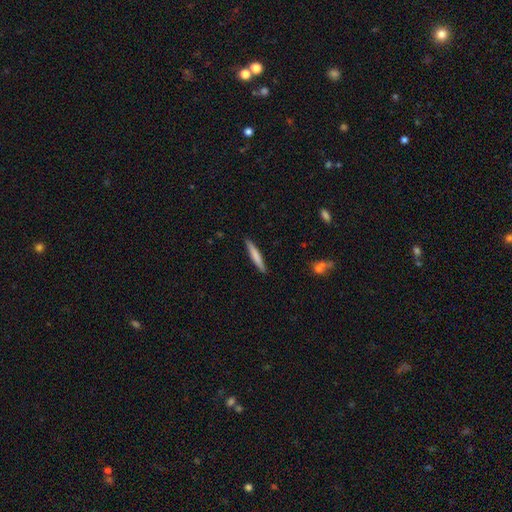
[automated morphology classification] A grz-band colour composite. It shows a smooth galaxy with no disk features (72%) that is cigar-shaped (94%). Merging: none (89%).